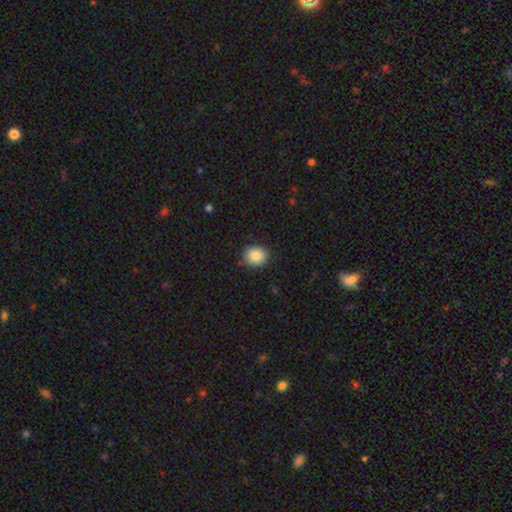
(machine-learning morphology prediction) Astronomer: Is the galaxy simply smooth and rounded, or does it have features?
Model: smooth — 86%.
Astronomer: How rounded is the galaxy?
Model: round — 79%.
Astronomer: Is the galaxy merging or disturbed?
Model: none — 89%.